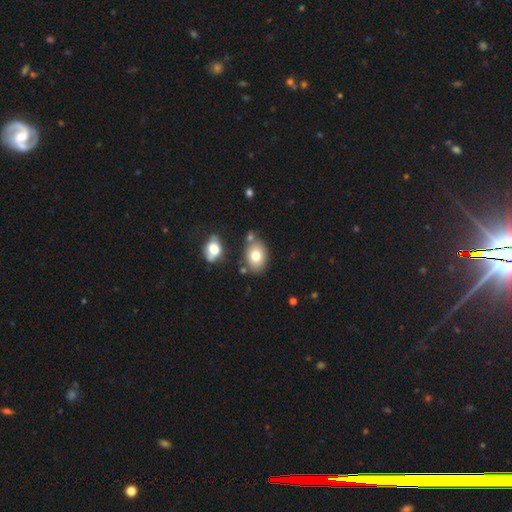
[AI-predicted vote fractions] Smooth or featured?
  - smooth: 76% *
  - featured or disk: 15%
  - star or artifact: 9%
How rounded?
  - in between: 77% *
  - round: 22%
  - cigar-shaped: 1%
Merging?
  - none: 72% *
  - minor disturbance: 14%
  - merger: 11%
  - major disturbance: 4%